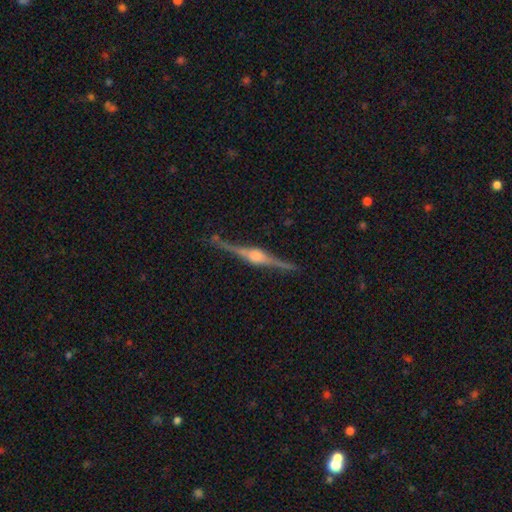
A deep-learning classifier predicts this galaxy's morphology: featured or disk 89%, smooth 6%, star or artifact 5%. Down the decision tree: edge-on disk — yes (98%); edge-on bulge — rounded (87%); merging — none (88%).